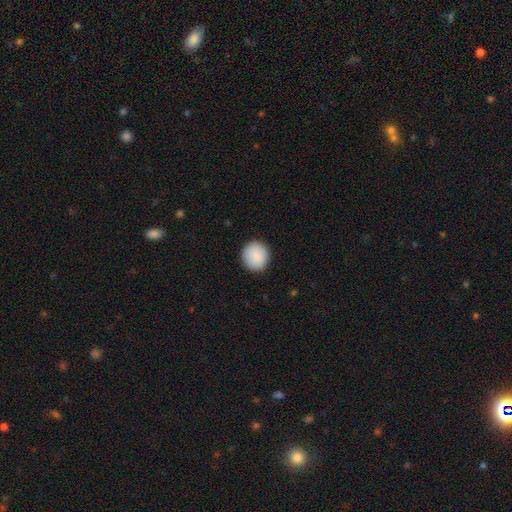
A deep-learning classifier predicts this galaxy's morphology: The model was most divided on "smooth or featured": smooth: 90%, star or artifact: 7%, featured or disk: 3%. More confident: how rounded — round (92%); merging — none (92%).